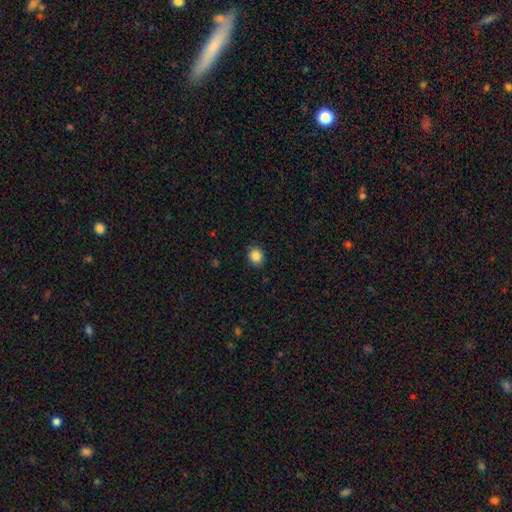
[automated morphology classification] This is clearly a smooth galaxy (86%). How rounded: likely round (70%). Merging: clearly none (88%).